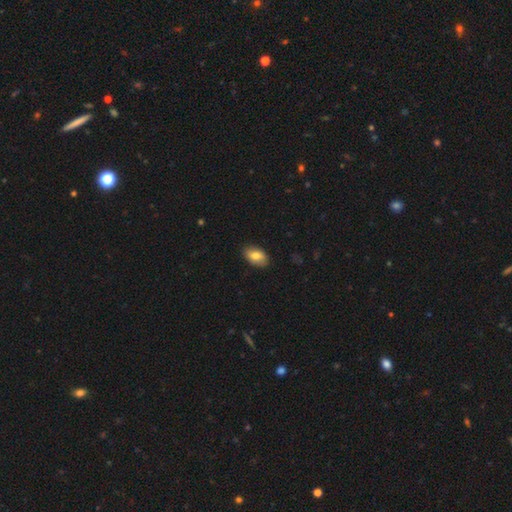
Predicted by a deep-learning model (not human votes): Morphology: type=smooth (78%); roundness=in between (91%); merging=none (85%).